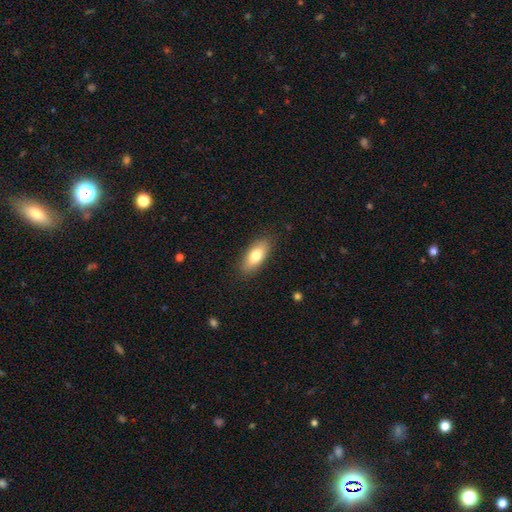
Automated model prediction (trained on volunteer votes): A smooth galaxy with no disk features (78%) that is in between round and cigar-shaped (82%). Merging: none (86%).